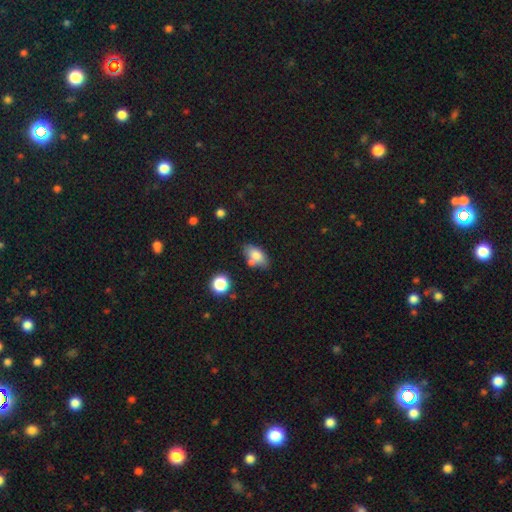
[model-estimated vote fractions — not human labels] Q: Smooth or featured?
A: smooth (78%); runner-up: featured or disk (13%)
Q: How rounded?
A: in between (88%); runner-up: cigar-shaped (6%)
Q: Merging?
A: none (63%); runner-up: minor disturbance (18%)